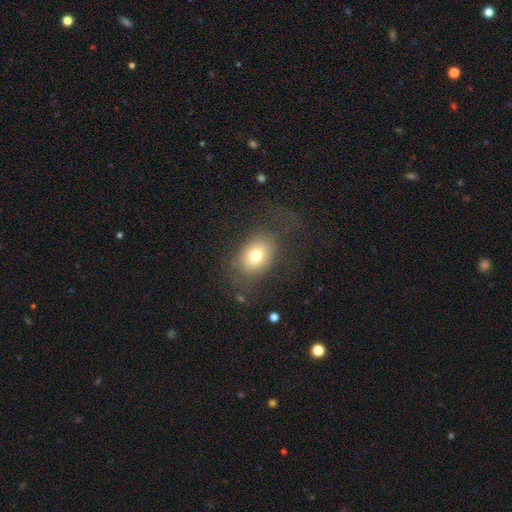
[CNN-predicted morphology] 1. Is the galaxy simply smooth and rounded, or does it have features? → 72% smooth, 17% featured or disk, 11% star or artifact.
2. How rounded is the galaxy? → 72% in between, 27% round, 1% cigar-shaped.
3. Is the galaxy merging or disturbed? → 63% none, 18% major disturbance, 18% minor disturbance, 2% merger.